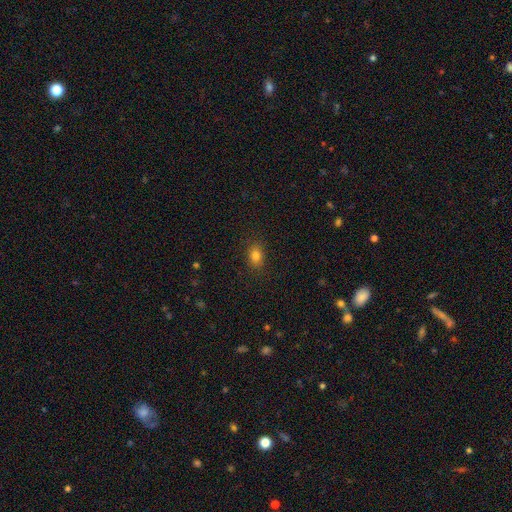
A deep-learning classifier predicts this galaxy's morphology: Overall: smooth (82%). How rounded: in between (72%). Merging: none (87%).